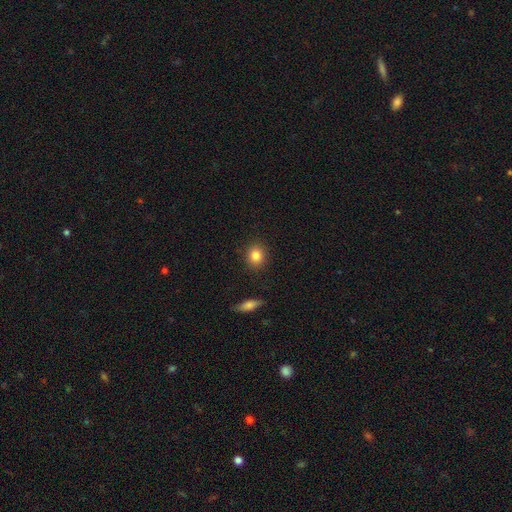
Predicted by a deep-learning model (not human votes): A smooth galaxy with no disk features (84%) that is round (74%). Merging: none (89%).